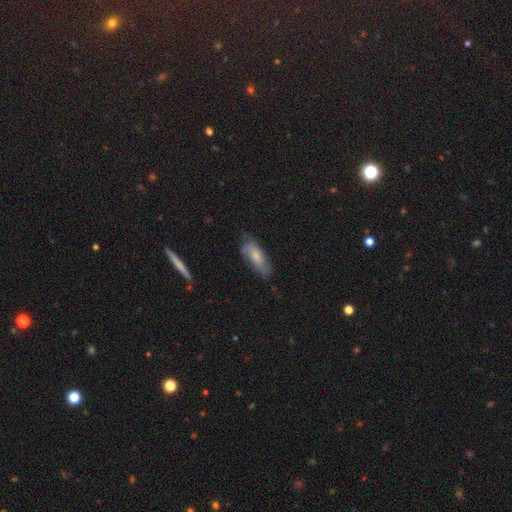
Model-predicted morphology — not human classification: Overall: featured or disk (47%, tied with smooth). Merging: none (64%; minor disturbance 26%).